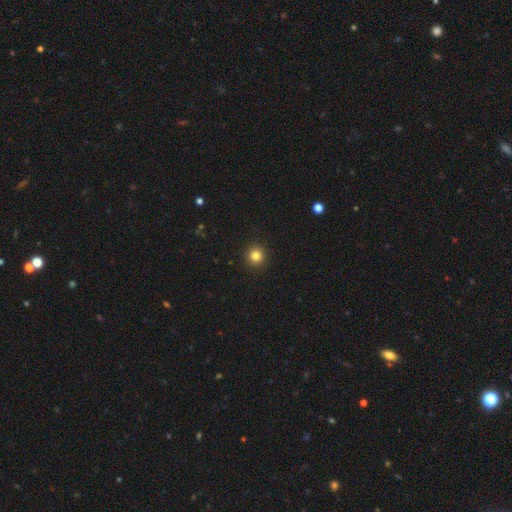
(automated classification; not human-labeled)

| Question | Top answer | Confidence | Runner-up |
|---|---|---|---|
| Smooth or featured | smooth | 82% | star or artifact (13%) |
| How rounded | round | 95% | in between (4%) |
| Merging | none | 93% | minor disturbance (4%) |